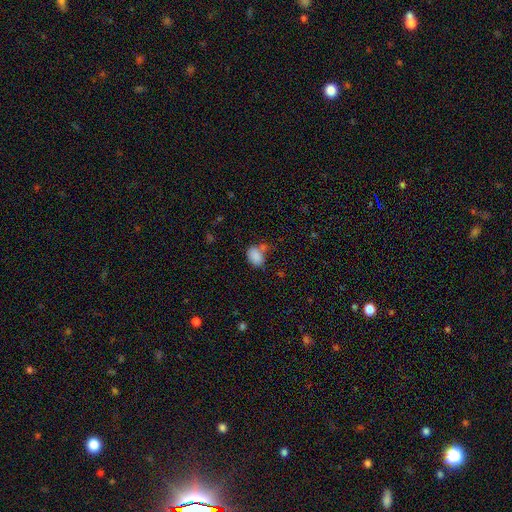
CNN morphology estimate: type=smooth (85%); roundness=in between (76%); merging=none (53%).